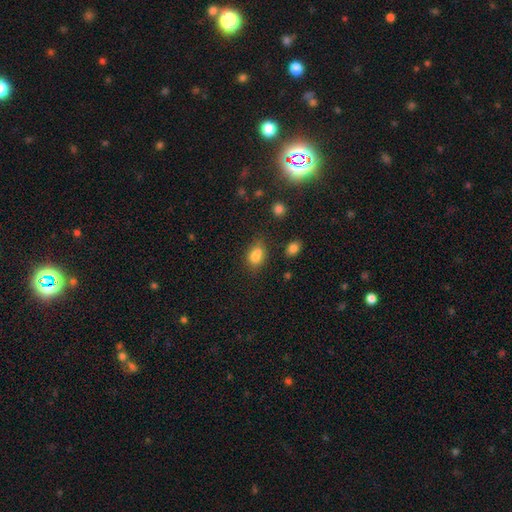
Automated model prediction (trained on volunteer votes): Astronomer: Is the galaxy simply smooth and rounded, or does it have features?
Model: smooth — 77%.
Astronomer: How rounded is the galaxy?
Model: in between — 65%.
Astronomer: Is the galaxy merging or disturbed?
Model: none — 44% (runner-up: merger, 32%).